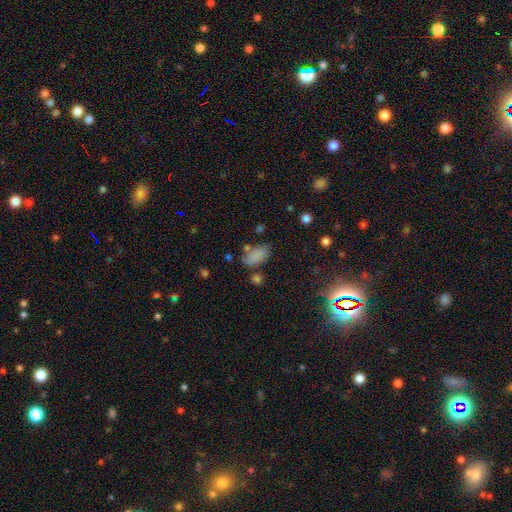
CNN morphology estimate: This is clearly a smooth galaxy (83%). How rounded: clearly in between (91%). Merging: likely none (66%).